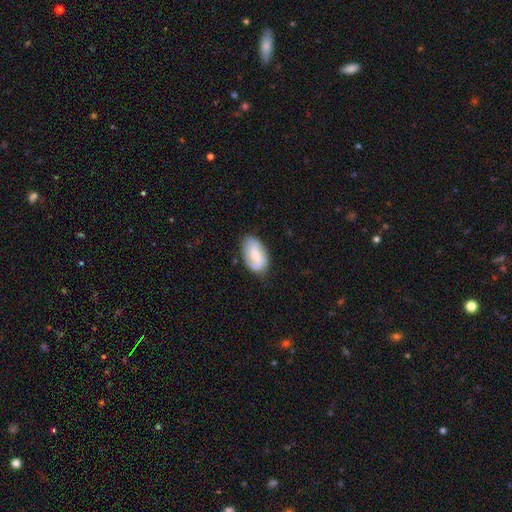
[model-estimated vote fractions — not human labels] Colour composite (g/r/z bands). It shows a smooth galaxy with no disk features (52%) that is in between round and cigar-shaped (92%). Merging: none (72%).